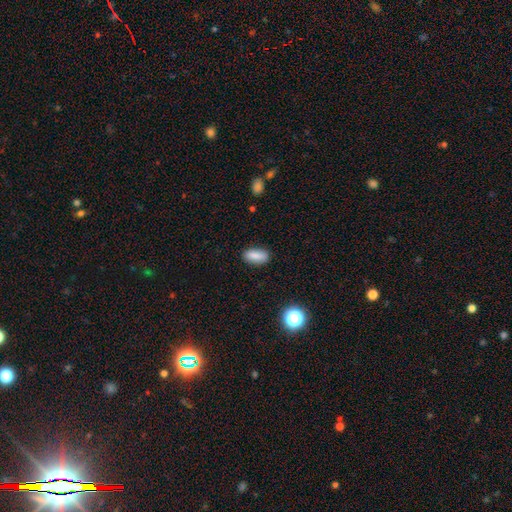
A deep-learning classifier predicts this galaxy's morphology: A smooth galaxy with no disk features (85%) that is in between round and cigar-shaped (85%).

Vote fractions:
- Smooth or featured? smooth: 85% / star or artifact: 9% / featured or disk: 7%
- How rounded? in between: 85% / cigar-shaped: 12% / round: 4%
- Merging? none: 86% / minor disturbance: 11% / major disturbance: 2% / merger: 1%